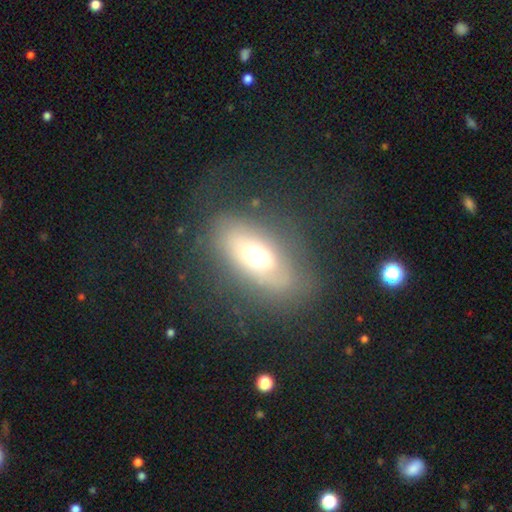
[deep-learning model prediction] Smooth or featured?
  - smooth: 48% *
  - featured or disk: 42%
  - star or artifact: 10%
Merging?
  - none: 67% *
  - minor disturbance: 18%
  - major disturbance: 12%
  - merger: 2%